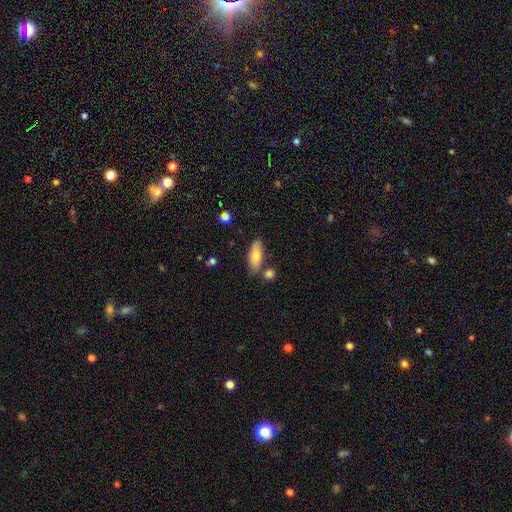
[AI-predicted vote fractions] Smooth or featured?
  - smooth: 76% *
  - featured or disk: 17%
  - star or artifact: 7%
How rounded?
  - in between: 79% *
  - cigar-shaped: 18%
  - round: 3%
Merging?
  - none: 72% *
  - minor disturbance: 15%
  - merger: 10%
  - major disturbance: 3%